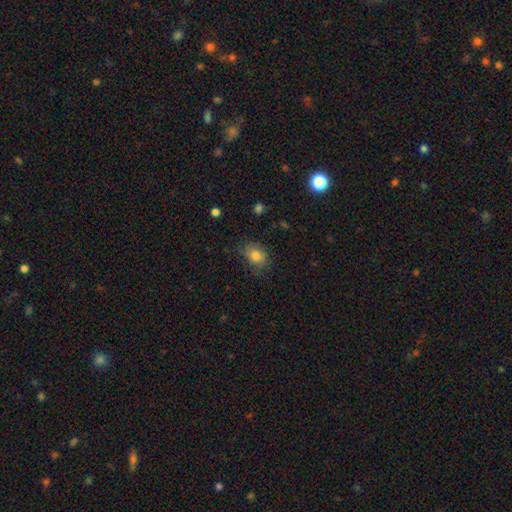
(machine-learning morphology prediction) A smooth galaxy with no disk features (81%) that is in between round and cigar-shaped (60%). Merging: none (69%).